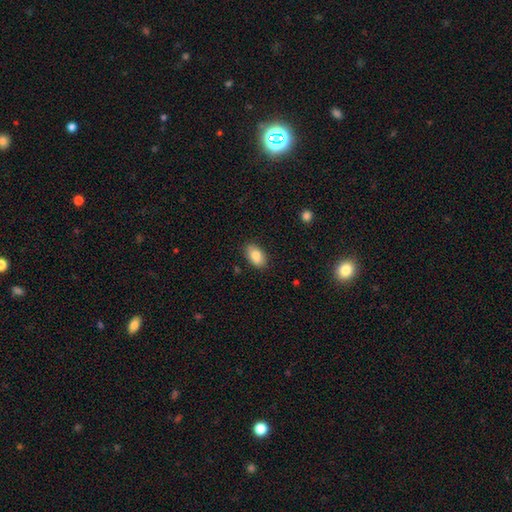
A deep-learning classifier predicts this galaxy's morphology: Smooth or featured?
  - smooth: 83% *
  - featured or disk: 10%
  - star or artifact: 7%
How rounded?
  - in between: 92% *
  - round: 6%
  - cigar-shaped: 2%
Merging?
  - none: 84% *
  - minor disturbance: 12%
  - major disturbance: 2%
  - merger: 1%